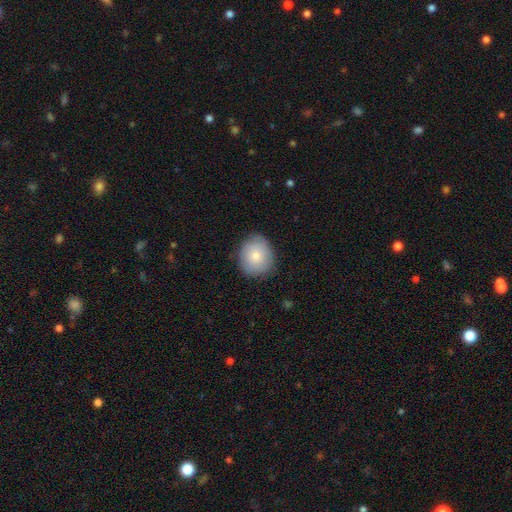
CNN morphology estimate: A smooth galaxy with no disk features (81%) that is round (70%). Merging: none (83%).